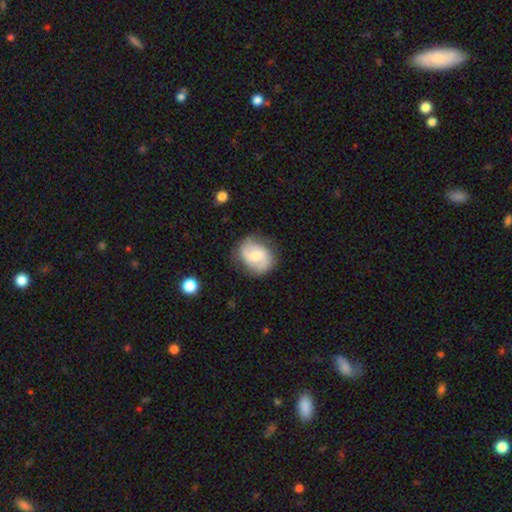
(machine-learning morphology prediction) A featured or disk galaxy (54%) with no bar (51%), spiral arms (85%) and a moderate central bulge (54%).

Vote fractions:
- Smooth or featured? featured or disk: 54% / smooth: 39% / star or artifact: 7%
- Edge-on disk? no: 97% / yes: 3%
- Bar? no: 51% / weak: 41% / strong: 9%
- Spiral arms? yes: 85% / no: 15%
- Bulge size? moderate: 54% / small: 37% / large: 5% / none: 3% / dominant: 1%
- Merging? none: 73% / minor disturbance: 20% / major disturbance: 6% / merger: 2%